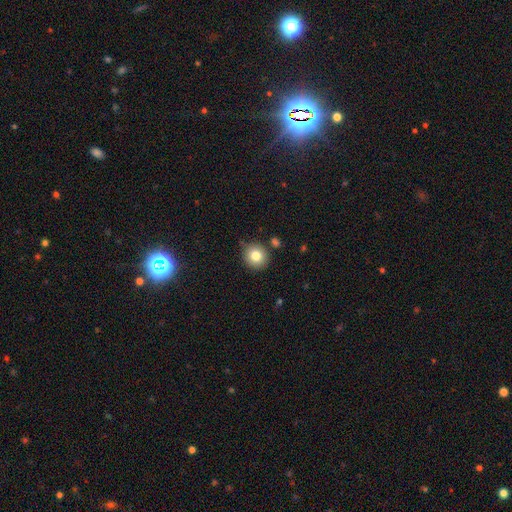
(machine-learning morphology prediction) The model was most divided on "merging": none: 81%, minor disturbance: 12%, merger: 4%, major disturbance: 3%. More confident: how rounded — round (90%); smooth or featured — smooth (80%).